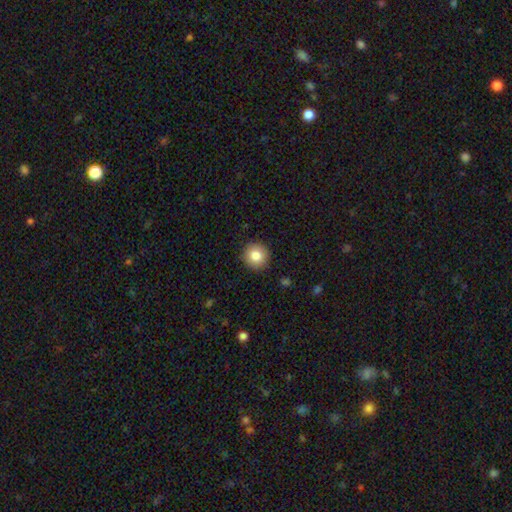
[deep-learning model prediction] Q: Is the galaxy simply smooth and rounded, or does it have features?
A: smooth — 83%.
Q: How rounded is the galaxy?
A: round — 94%.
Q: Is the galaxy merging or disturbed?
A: none — 91%.